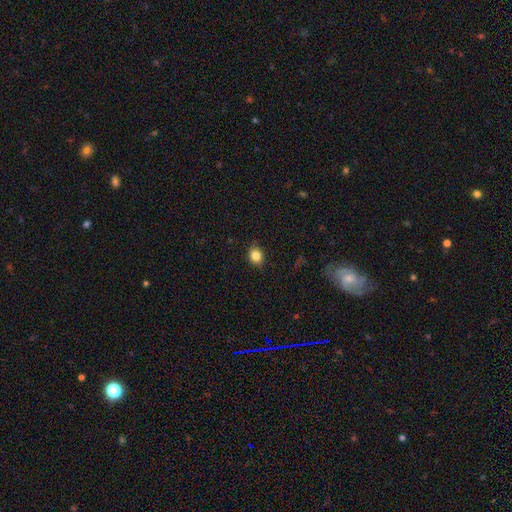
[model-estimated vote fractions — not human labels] smooth_or_featured: smooth (p=0.83) [alt: star or artifact p=0.10]
how_rounded: round (p=0.53) [alt: in between p=0.46]
merging: none (p=0.86) [alt: minor disturbance p=0.10]